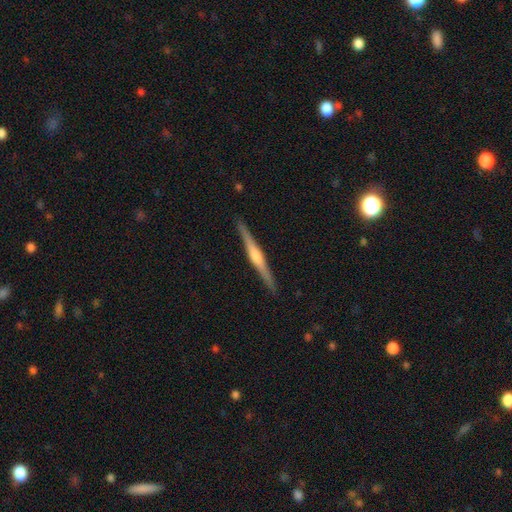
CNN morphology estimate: Smooth or featured? Predicted: featured or disk (p=0.79). Edge-on disk? Predicted: yes (p=0.98). Edge-on bulge? Predicted: rounded (p=0.75). Merging? Predicted: none (p=0.92).